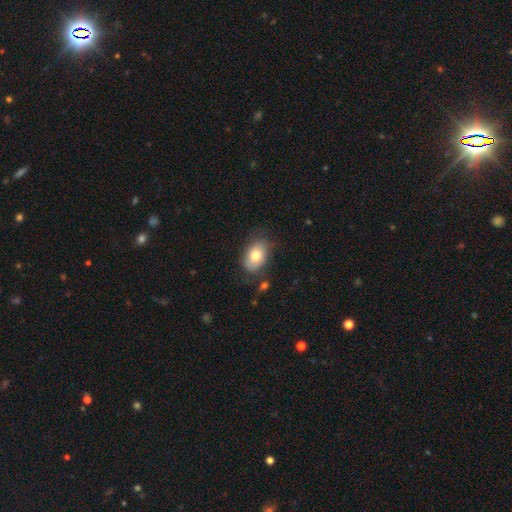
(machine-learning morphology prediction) A smooth galaxy with no disk features (74%) that is in between round and cigar-shaped (85%).

Vote fractions:
- Smooth or featured? smooth: 74% / featured or disk: 18% / star or artifact: 8%
- How rounded? in between: 85% / round: 14% / cigar-shaped: 1%
- Merging? none: 67% / minor disturbance: 23% / major disturbance: 7% / merger: 3%